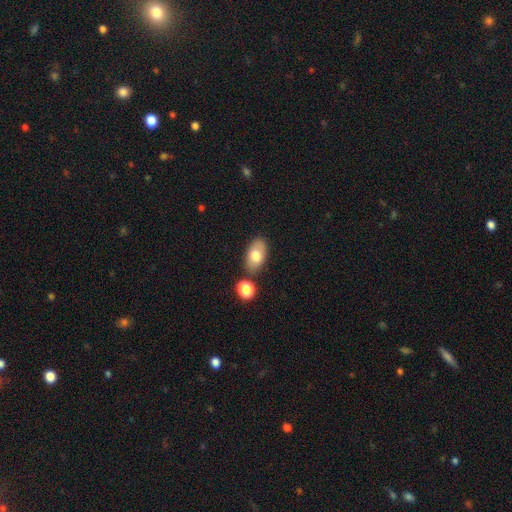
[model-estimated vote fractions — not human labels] Q: Smooth or featured?
A: smooth (76%); runner-up: featured or disk (16%)
Q: How rounded?
A: in between (92%); runner-up: round (7%)
Q: Merging?
A: none (77%); runner-up: minor disturbance (12%)